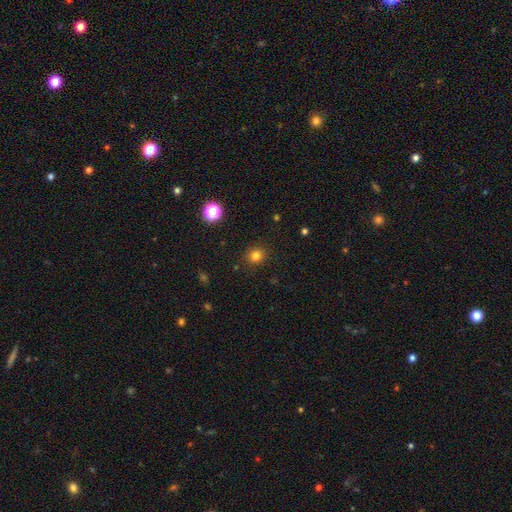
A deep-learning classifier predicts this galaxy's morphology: Smooth or featured? smooth (80%)
How rounded? round (79%)
Merging? none (88%)